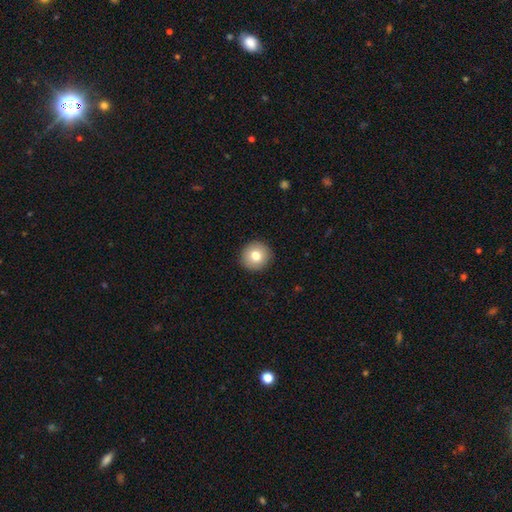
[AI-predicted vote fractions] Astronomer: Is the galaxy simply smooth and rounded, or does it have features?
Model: smooth — 78%.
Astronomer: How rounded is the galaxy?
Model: round — 94%.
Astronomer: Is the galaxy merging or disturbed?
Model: none — 92%.